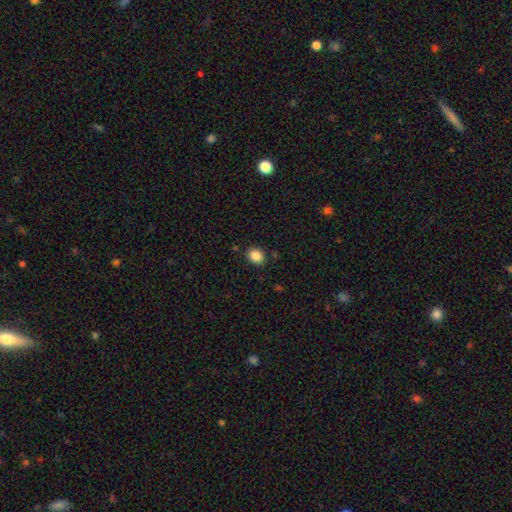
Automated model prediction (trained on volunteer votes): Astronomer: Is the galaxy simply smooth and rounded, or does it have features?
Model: smooth — 86%.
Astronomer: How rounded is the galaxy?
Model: round — 56% (runner-up: in between, 43%).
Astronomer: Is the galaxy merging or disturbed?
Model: none — 86%.